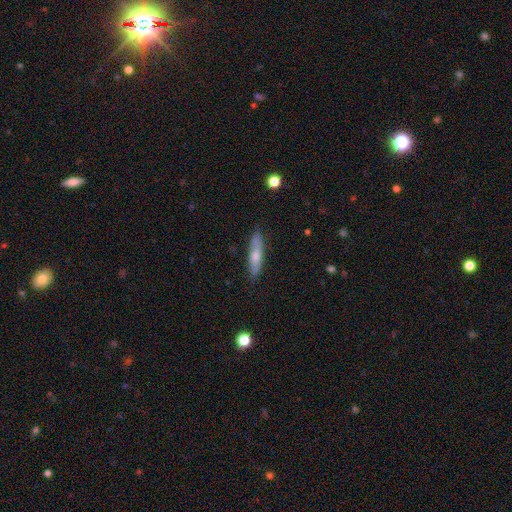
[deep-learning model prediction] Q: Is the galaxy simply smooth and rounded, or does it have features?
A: smooth — 61%.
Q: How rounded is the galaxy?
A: cigar-shaped — 80%.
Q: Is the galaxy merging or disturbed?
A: none — 86%.